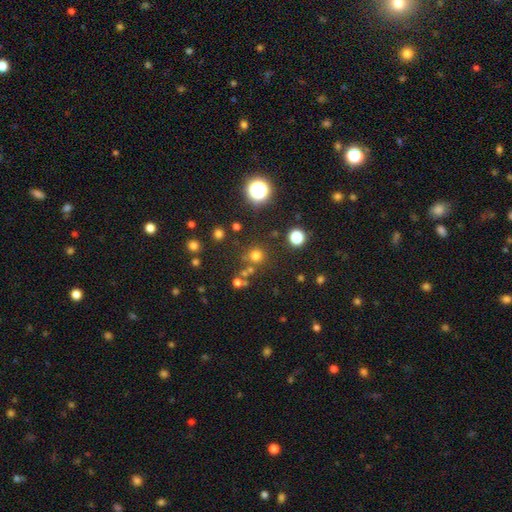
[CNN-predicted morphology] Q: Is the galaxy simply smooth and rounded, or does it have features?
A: smooth — 69%.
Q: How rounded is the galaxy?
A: round — 93%.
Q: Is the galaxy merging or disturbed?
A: none — 77%.